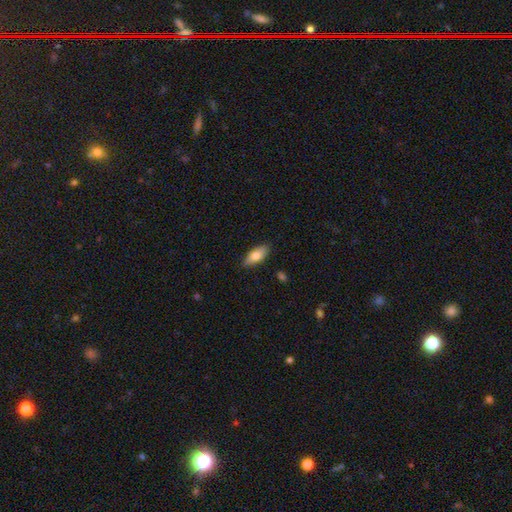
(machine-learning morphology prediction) This appears to be a smooth galaxy with no disk features (78%) that is in between round and cigar-shaped (83%). Merging: none (86%).